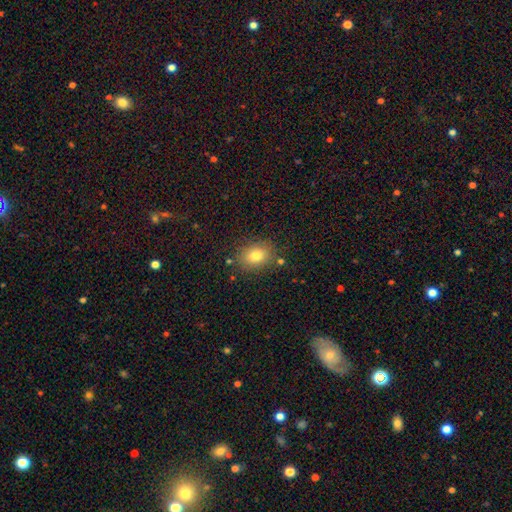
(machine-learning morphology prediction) Q: Smooth or featured?
A: smooth (79%); runner-up: star or artifact (11%)
Q: How rounded?
A: in between (64%); runner-up: round (35%)
Q: Merging?
A: none (82%); runner-up: minor disturbance (12%)